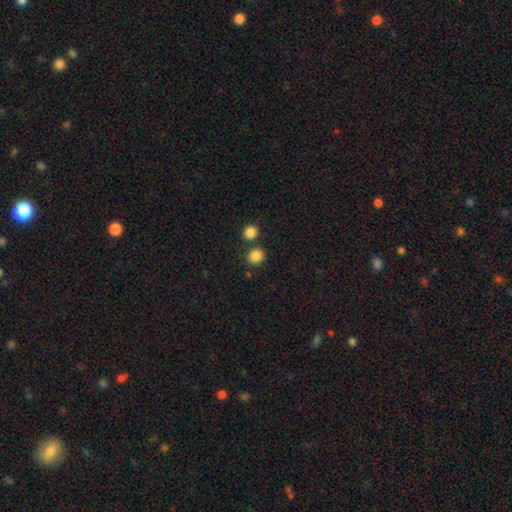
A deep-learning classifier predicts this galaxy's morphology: Q: Smooth or featured?
A: smooth (85%); runner-up: star or artifact (11%)
Q: How rounded?
A: round (86%); runner-up: in between (13%)
Q: Merging?
A: none (76%); runner-up: merger (14%)